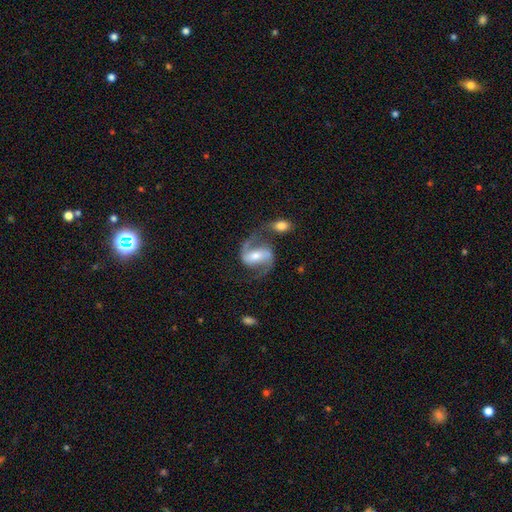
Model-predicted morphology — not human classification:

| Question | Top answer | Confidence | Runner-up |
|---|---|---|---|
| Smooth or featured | featured or disk | 89% | smooth (7%) |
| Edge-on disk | no | 98% | yes (2%) |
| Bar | strong | 49% | weak (35%) |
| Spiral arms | yes | 97% | no (3%) |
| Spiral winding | medium | 54% | loose (35%) |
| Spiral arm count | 2 | 93% | 1 (2%) |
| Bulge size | moderate | 54% | small (31%) |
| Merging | none | 65% | minor disturbance (14%) |